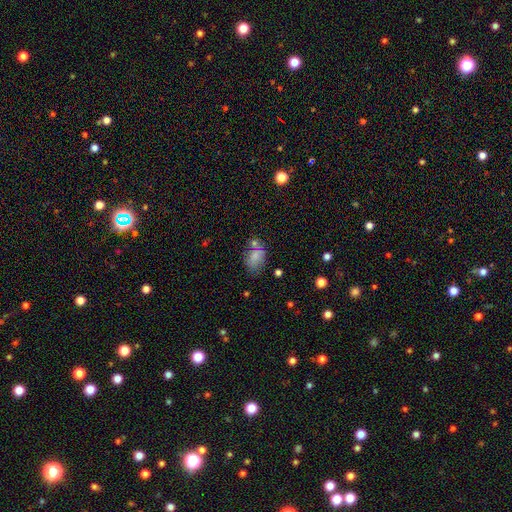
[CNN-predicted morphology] Overall: smooth (76%). How rounded: in between (81%). Merging: none (55%; minor disturbance 23%).